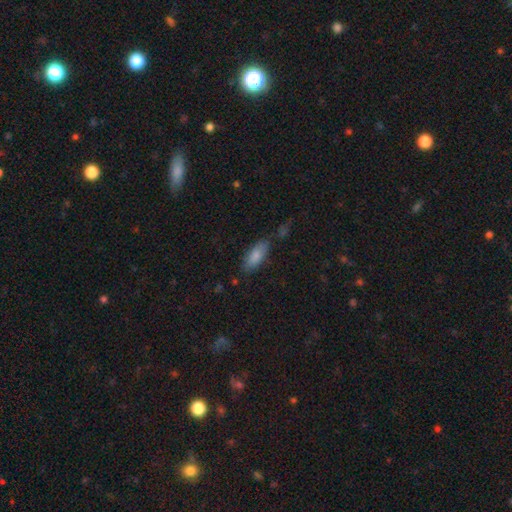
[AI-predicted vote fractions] Q: Smooth or featured?
A: smooth (83%); runner-up: featured or disk (10%)
Q: How rounded?
A: in between (81%); runner-up: cigar-shaped (16%)
Q: Merging?
A: none (73%); runner-up: minor disturbance (17%)